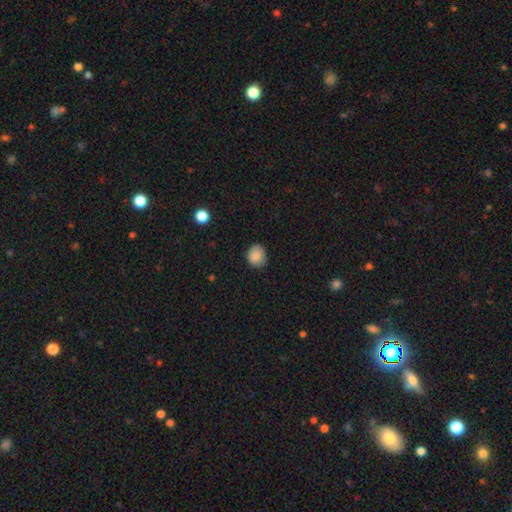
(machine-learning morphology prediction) Smooth or featured? smooth (86%)
How rounded? round (76%)
Merging? none (80%)